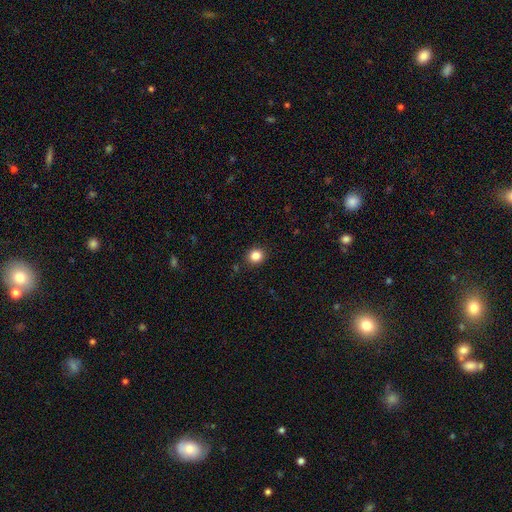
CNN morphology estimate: Smooth or featured? Predicted: smooth (p=0.84). How rounded? Predicted: round (p=0.84). Merging? Predicted: none (p=0.90).